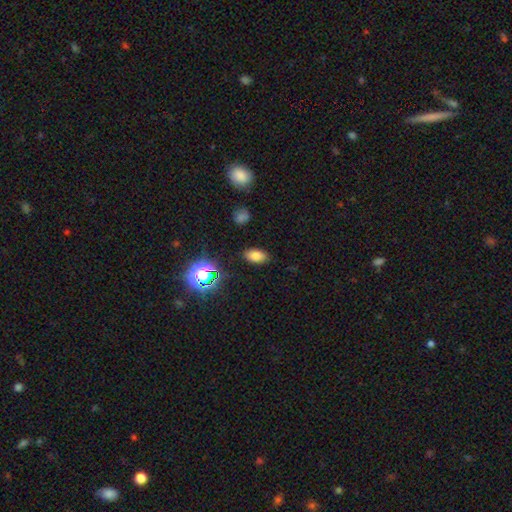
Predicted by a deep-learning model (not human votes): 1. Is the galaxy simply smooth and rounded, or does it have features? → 75% smooth, 18% star or artifact, 7% featured or disk.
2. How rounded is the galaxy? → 91% in between, 7% round, 3% cigar-shaped.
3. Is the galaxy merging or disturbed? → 86% none, 9% minor disturbance, 3% major disturbance, 2% merger.